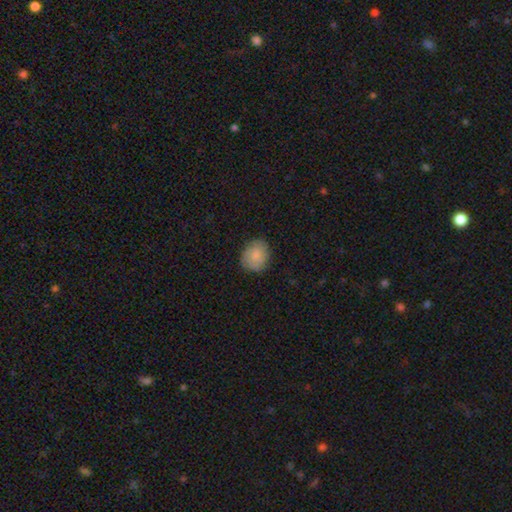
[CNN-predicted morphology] Smooth or featured? Predicted: smooth (p=0.82). How rounded? Predicted: round (p=0.63). Merging? Predicted: none (p=0.81).